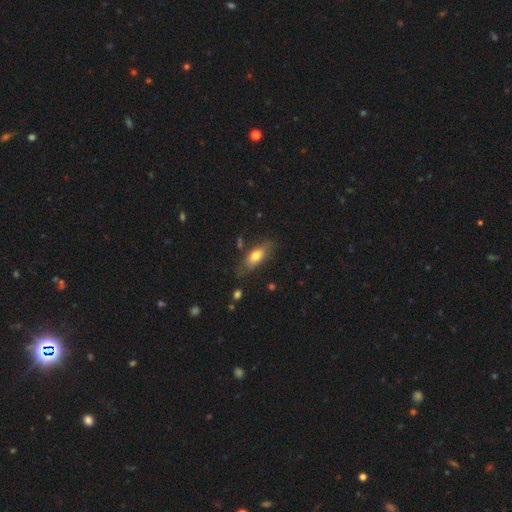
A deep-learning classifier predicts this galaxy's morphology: A smooth galaxy with no disk features (68%) that is in between round and cigar-shaped (80%). Merging: none (69%).